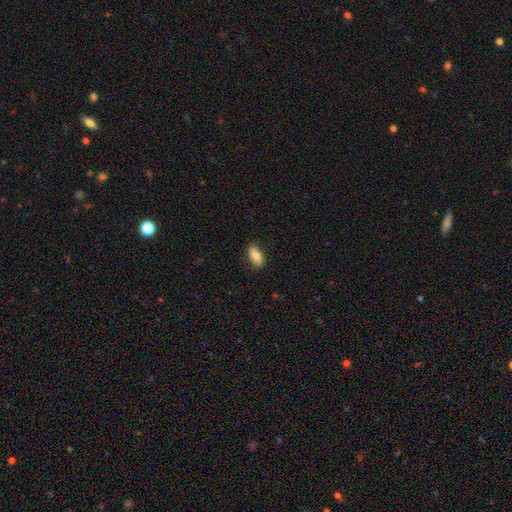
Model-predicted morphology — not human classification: Smooth or featured? Predicted: smooth (p=0.83). How rounded? Predicted: in between (p=0.87). Merging? Predicted: none (p=0.80).